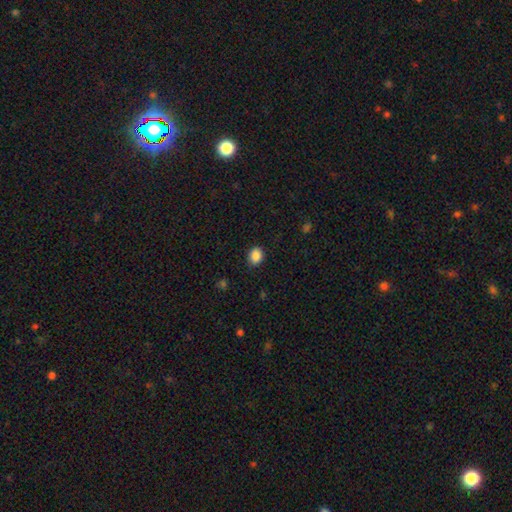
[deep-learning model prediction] A smooth galaxy with no disk features (87%) that is round (51%). Merging: none (86%).